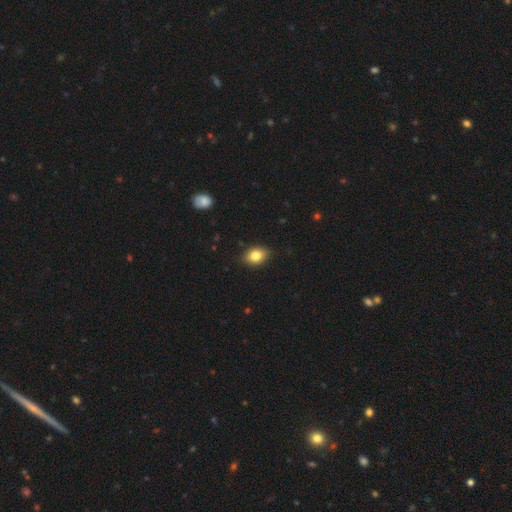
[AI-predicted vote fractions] Morphology: type=smooth (83%); roundness=in between (75%); merging=none (86%).